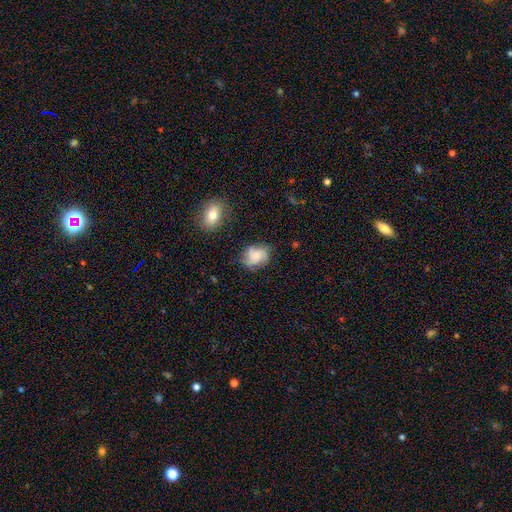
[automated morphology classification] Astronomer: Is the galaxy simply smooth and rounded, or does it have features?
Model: featured or disk — 45%, tied with smooth at 45%.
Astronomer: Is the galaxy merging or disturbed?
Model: none — 62%.